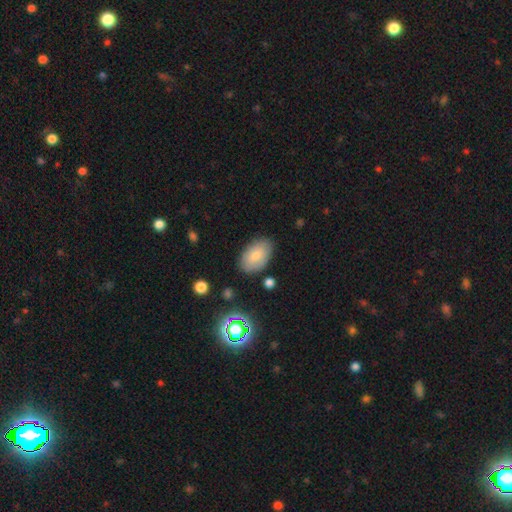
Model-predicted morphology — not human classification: This is likely a smooth galaxy (76%). How rounded: clearly in between (92%). Merging: clearly none (81%).